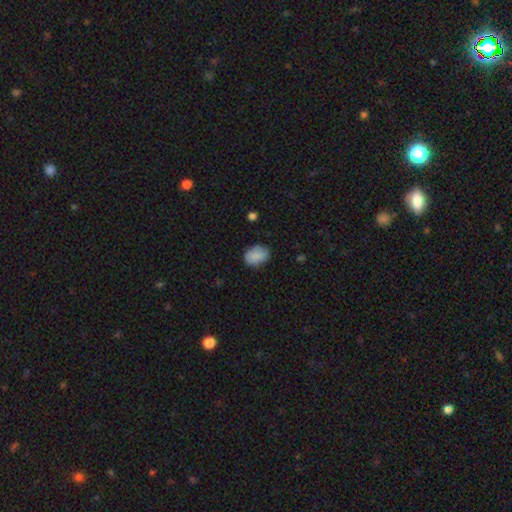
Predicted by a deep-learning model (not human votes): This appears to be a smooth galaxy with no disk features (87%) that is in between round and cigar-shaped (74%). Merging: none (80%).